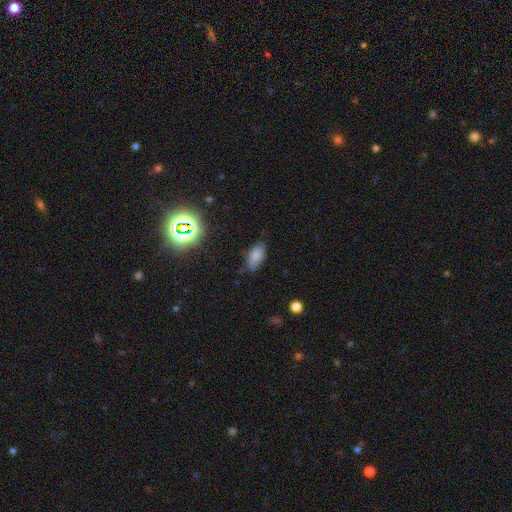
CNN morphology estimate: Overall: smooth (78%). How rounded: in between (90%). Merging: none (75%).